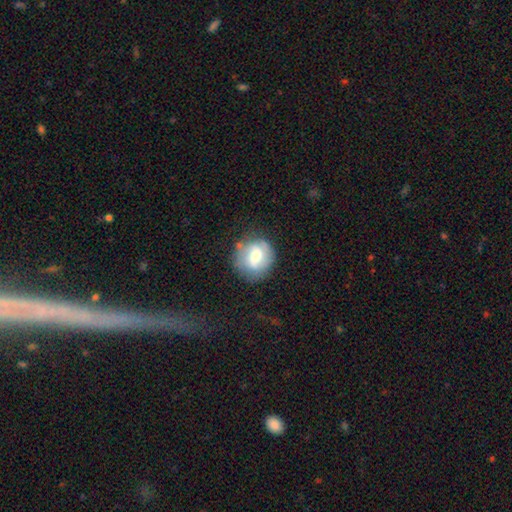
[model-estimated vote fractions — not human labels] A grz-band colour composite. It shows a featured or disk galaxy (48%). Merging: none (73%).